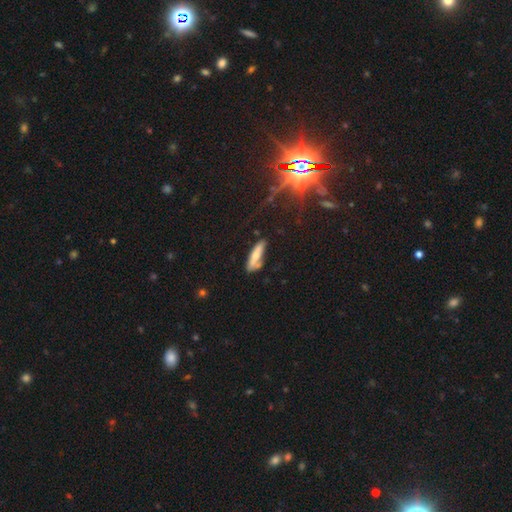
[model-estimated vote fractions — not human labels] smooth 63%, featured or disk 28%, star or artifact 8%. Down the decision tree: how rounded — cigar-shaped (63%); merging — none (53%).